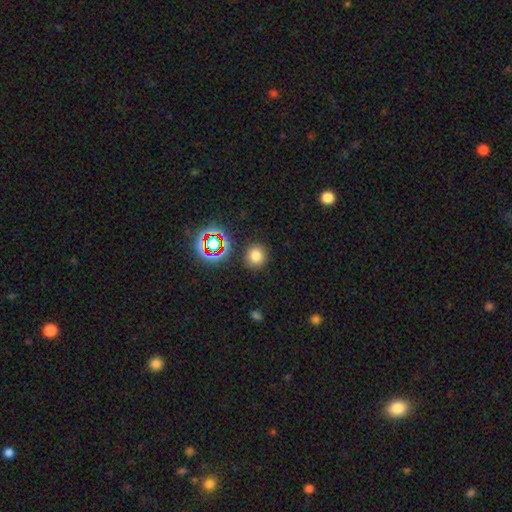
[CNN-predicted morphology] A smooth galaxy with no disk features (75%) that is round (89%). Merging: none (88%).